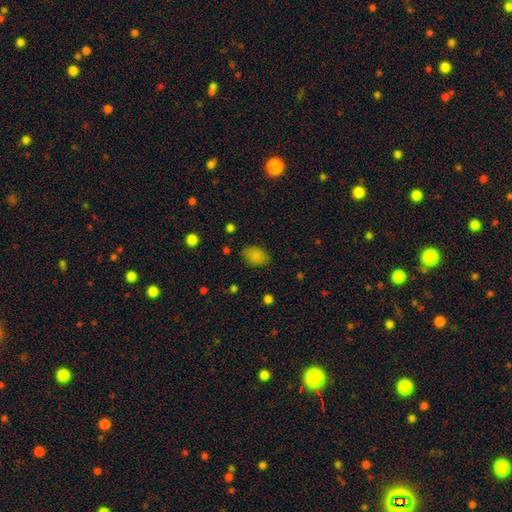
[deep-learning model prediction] Smooth or featured?
  - smooth: 84% *
  - star or artifact: 11%
  - featured or disk: 5%
How rounded?
  - in between: 84% *
  - round: 15%
  - cigar-shaped: 1%
Merging?
  - none: 79% *
  - minor disturbance: 15%
  - major disturbance: 4%
  - merger: 2%